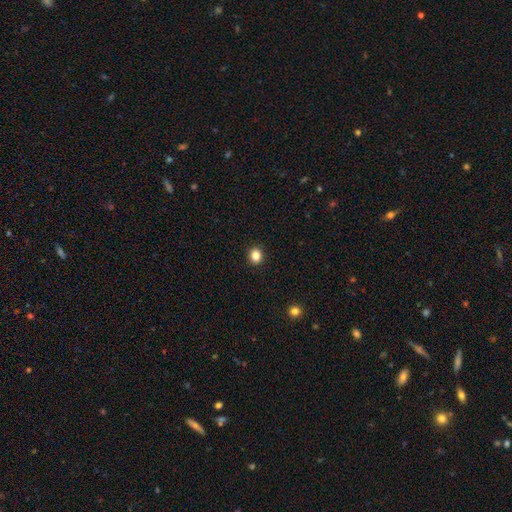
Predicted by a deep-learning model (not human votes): This appears to be a smooth galaxy with no disk features (84%) that is round (77%). Merging: none (93%).